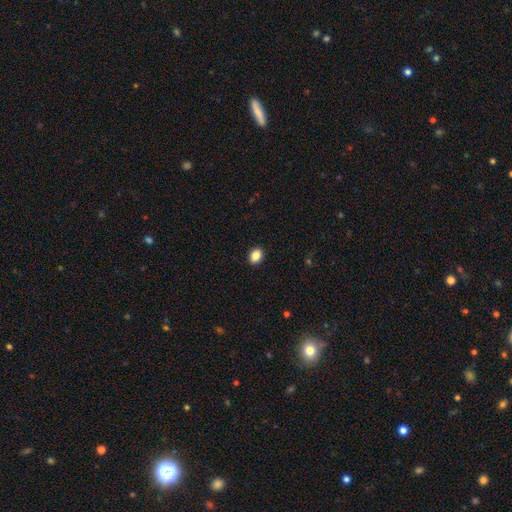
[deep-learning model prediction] Q: Smooth or featured?
A: smooth (87%); runner-up: star or artifact (9%)
Q: How rounded?
A: in between (59%); runner-up: round (40%)
Q: Merging?
A: none (91%); runner-up: minor disturbance (6%)